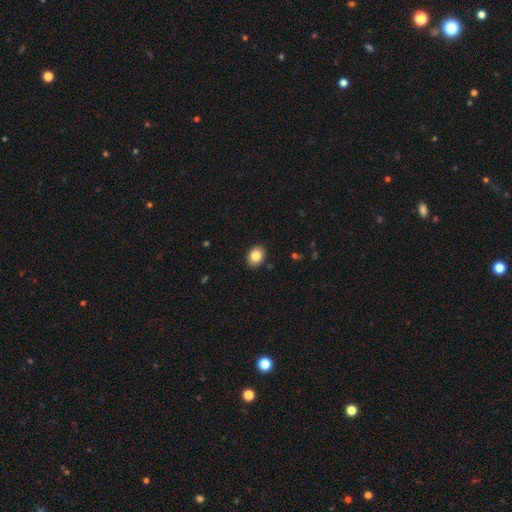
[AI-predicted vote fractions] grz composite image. It shows a smooth galaxy with no disk features (84%) that is in between round and cigar-shaped (65%). Merging: none (89%).